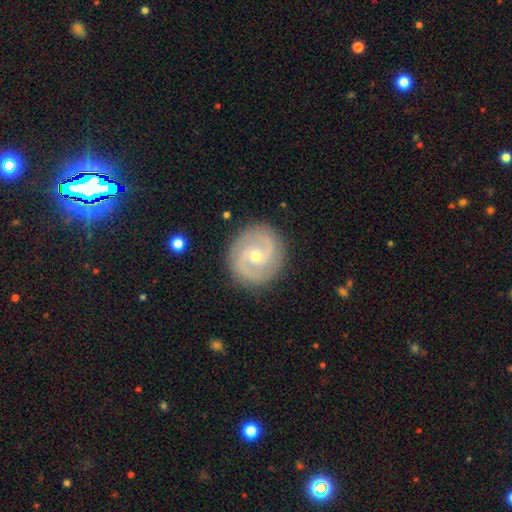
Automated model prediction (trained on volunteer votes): Smooth or featured? featured or disk (85%)
Edge-on disk? no (98%)
Bar? no (52%)
Spiral arms? yes (96%)
Spiral winding? medium (45%, tied with tight)
Spiral arm count? 2 (89%)
Bulge size? small (49%)
Merging? none (88%)